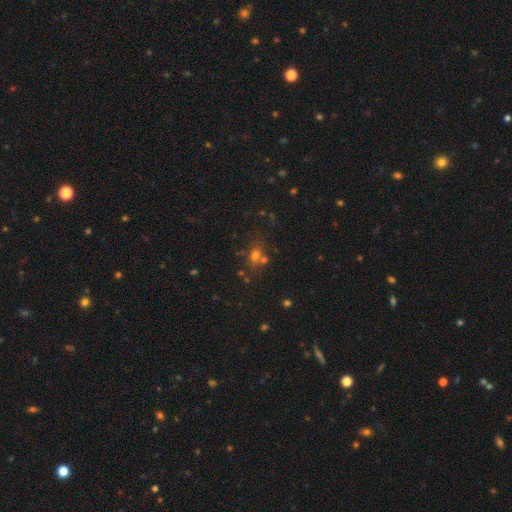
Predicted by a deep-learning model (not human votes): Smooth or featured? Predicted: smooth (p=0.63). How rounded? Predicted: round (p=0.59). Merging? Predicted: none (p=0.57).